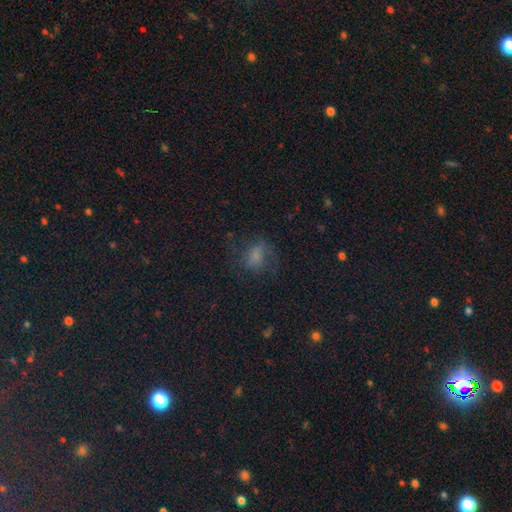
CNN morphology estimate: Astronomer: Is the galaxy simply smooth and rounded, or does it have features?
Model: smooth — 54%.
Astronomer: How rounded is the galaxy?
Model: in between — 53% (runner-up: round, 45%).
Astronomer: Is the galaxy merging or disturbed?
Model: none — 52%.